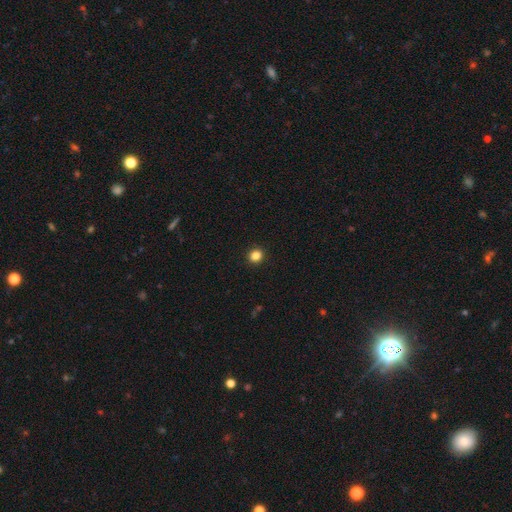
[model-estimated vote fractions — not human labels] A smooth galaxy with no disk features (84%) that is round (87%).

Vote fractions:
- Smooth or featured? smooth: 84% / star or artifact: 12% / featured or disk: 4%
- How rounded? round: 87% / in between: 12% / cigar-shaped: 1%
- Merging? none: 93% / minor disturbance: 4% / major disturbance: 2% / merger: 1%